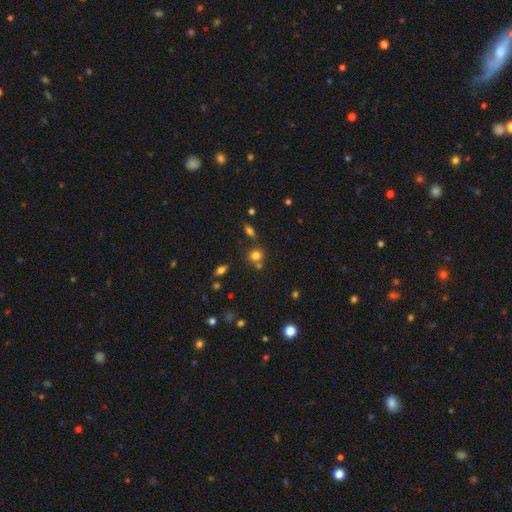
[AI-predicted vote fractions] The model was most divided on "merging": none: 65%, merger: 21%, minor disturbance: 11%, major disturbance: 4%. More confident: how rounded — round (80%); smooth or featured — smooth (77%).